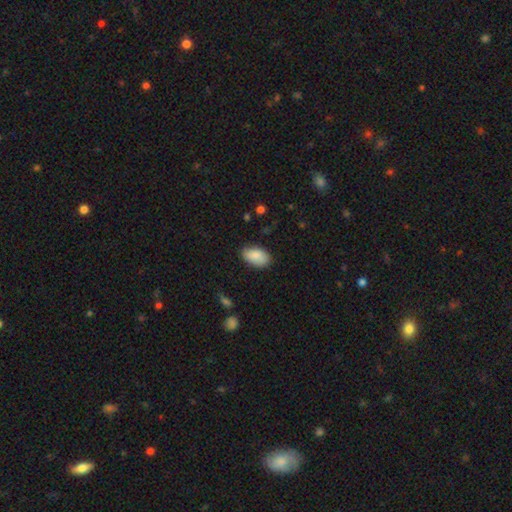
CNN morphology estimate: smooth_or_featured: smooth (p=0.86) [alt: featured or disk p=0.08]
how_rounded: in between (p=0.94) [alt: round p=0.04]
merging: none (p=0.81) [alt: minor disturbance p=0.15]